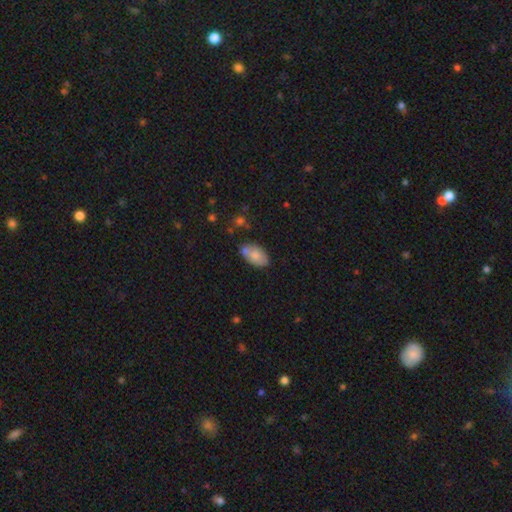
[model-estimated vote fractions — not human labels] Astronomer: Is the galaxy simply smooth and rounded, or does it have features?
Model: smooth — 75%.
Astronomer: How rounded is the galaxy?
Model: in between — 93%.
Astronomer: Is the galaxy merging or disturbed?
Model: none — 61%.